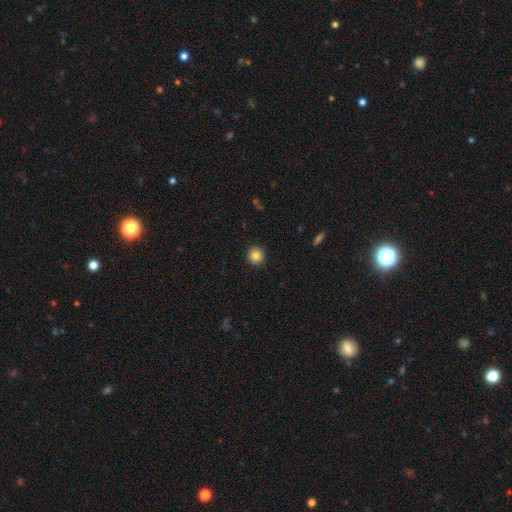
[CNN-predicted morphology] Q: Smooth or featured?
A: smooth (83%); runner-up: star or artifact (10%)
Q: How rounded?
A: round (94%); runner-up: in between (5%)
Q: Merging?
A: none (92%); runner-up: minor disturbance (5%)